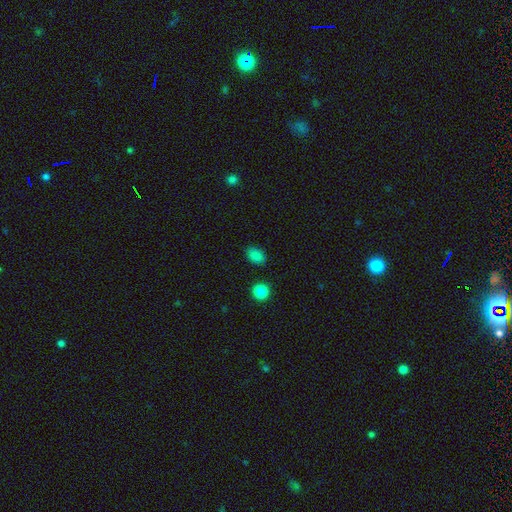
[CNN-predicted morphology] Q: Smooth or featured?
A: smooth (85%); runner-up: star or artifact (12%)
Q: How rounded?
A: in between (77%); runner-up: round (22%)
Q: Merging?
A: none (86%); runner-up: minor disturbance (10%)